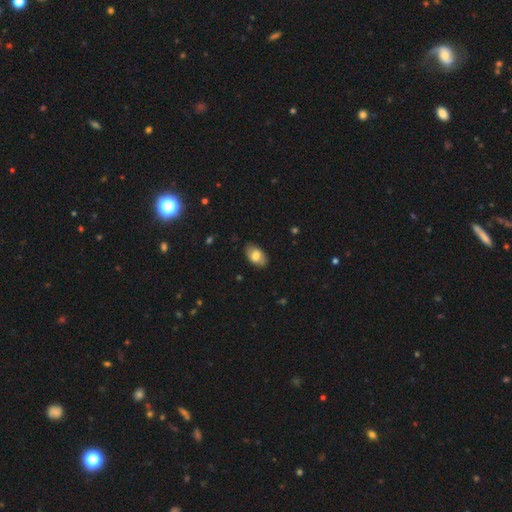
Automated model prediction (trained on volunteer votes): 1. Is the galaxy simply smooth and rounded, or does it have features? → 74% smooth, 19% featured or disk, 7% star or artifact.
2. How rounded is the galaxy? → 93% in between, 6% round, 1% cigar-shaped.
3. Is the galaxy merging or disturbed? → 83% none, 13% minor disturbance, 2% major disturbance, 1% merger.